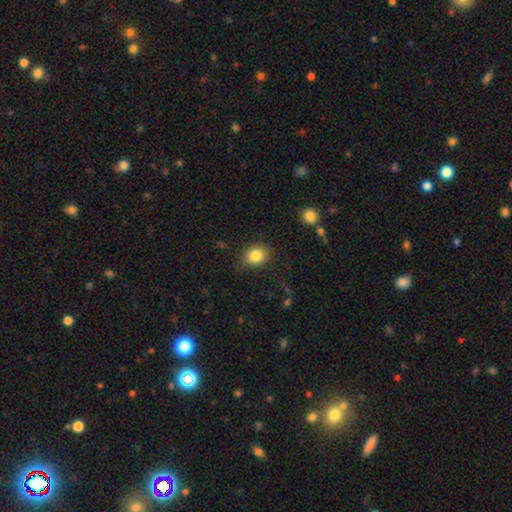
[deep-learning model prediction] A smooth galaxy with no disk features (84%) that is round (65%). Merging: none (79%).